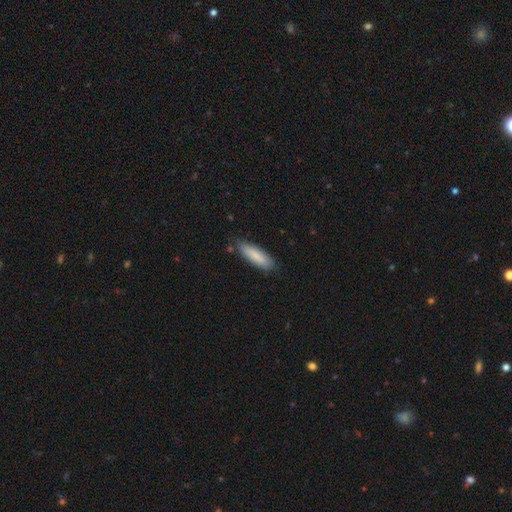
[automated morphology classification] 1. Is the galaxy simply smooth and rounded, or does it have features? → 83% smooth, 11% featured or disk, 6% star or artifact.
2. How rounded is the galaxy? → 59% cigar-shaped, 40% in between, 1% round.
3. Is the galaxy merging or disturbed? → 80% none, 15% minor disturbance, 3% major disturbance, 2% merger.